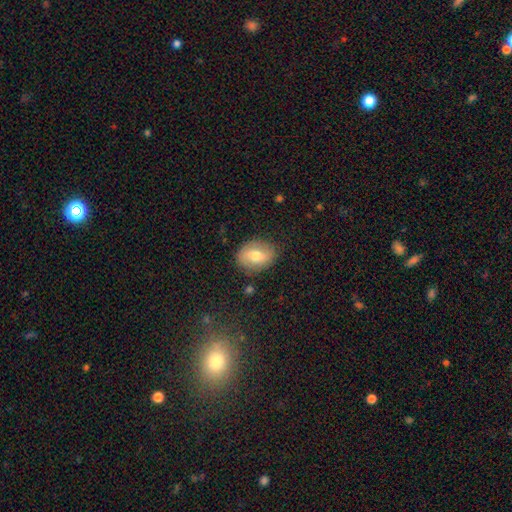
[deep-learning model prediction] A smooth galaxy with no disk features (64%) that is in between round and cigar-shaped (62%). Merging: none (81%).